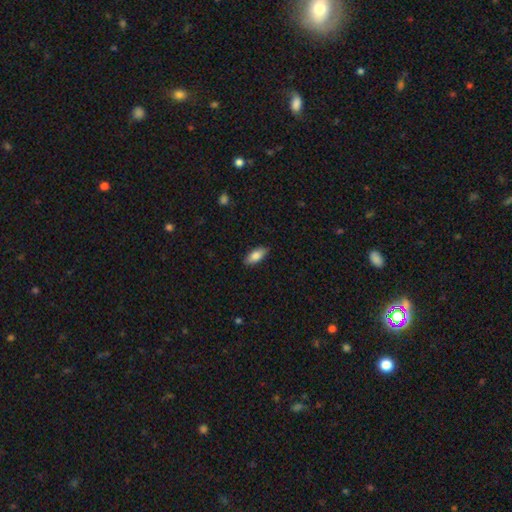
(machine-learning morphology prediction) The model was most divided on "how rounded": in between: 80%, cigar-shaped: 18%, round: 2%. More confident: merging — none (86%); smooth or featured — smooth (81%).